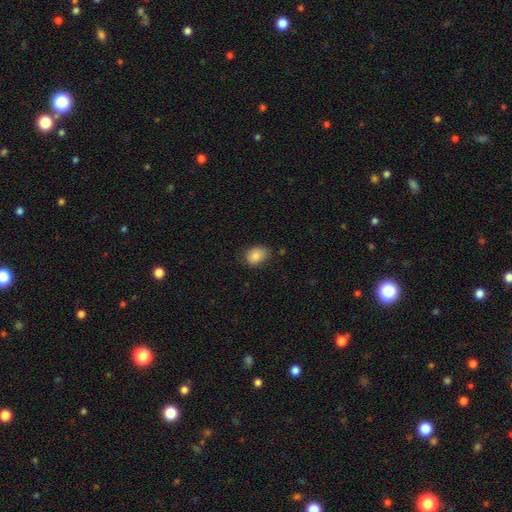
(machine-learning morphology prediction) Smooth or featured? smooth (83%)
How rounded? in between (71%)
Merging? none (72%)